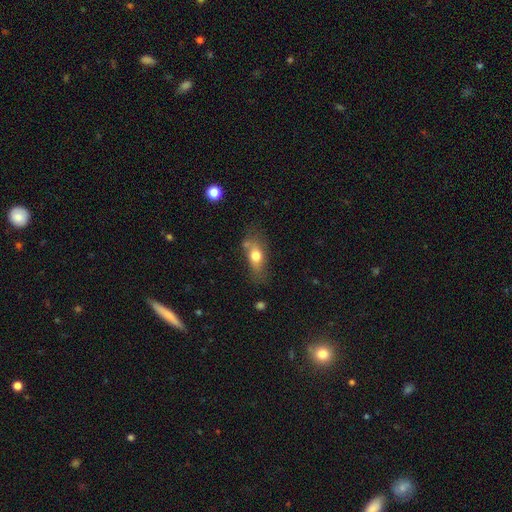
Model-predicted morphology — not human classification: Smooth or featured: smooth — 69% (featured or disk — 22%)
How rounded: in between — 74% (cigar-shaped — 13%)
Merging: none — 51% (minor disturbance — 27%)